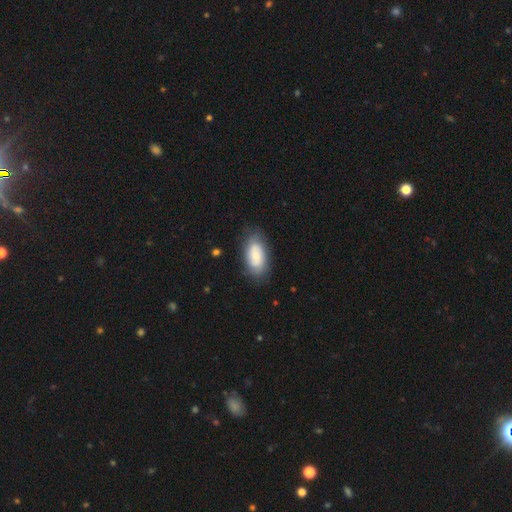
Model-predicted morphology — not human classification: Overall: smooth (67%). How rounded: in between (93%). Merging: none (74%).